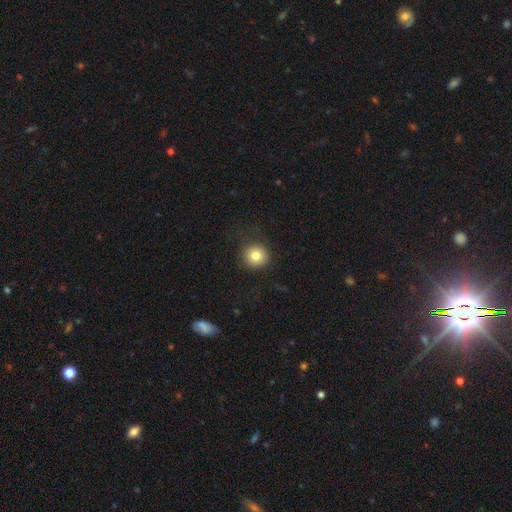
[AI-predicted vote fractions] Smooth or featured?
  - smooth: 81% *
  - star or artifact: 11%
  - featured or disk: 8%
How rounded?
  - round: 92% *
  - in between: 7%
  - cigar-shaped: 1%
Merging?
  - none: 86% *
  - minor disturbance: 9%
  - major disturbance: 4%
  - merger: 1%